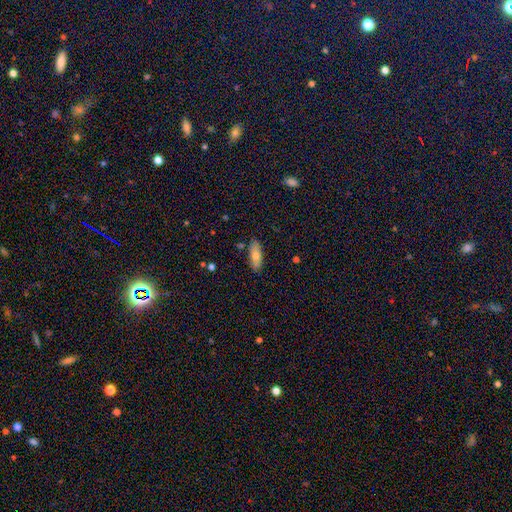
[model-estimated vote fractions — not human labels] The model was most divided on "how rounded": in between: 76%, cigar-shaped: 21%, round: 2%. More confident: merging — none (85%); smooth or featured — smooth (76%).